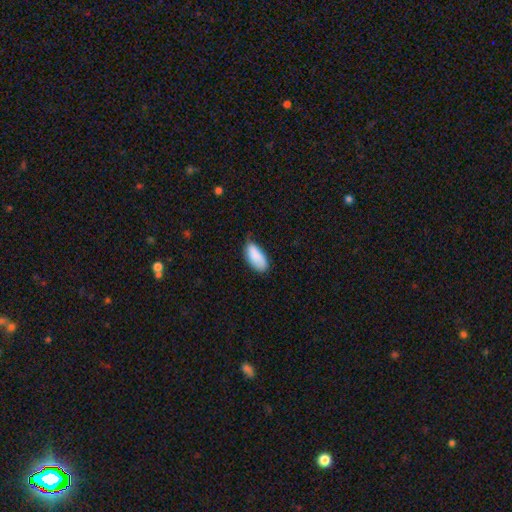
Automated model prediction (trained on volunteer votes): This appears to be a smooth galaxy with no disk features (88%) that is in between round and cigar-shaped (90%). Merging: none (56%).